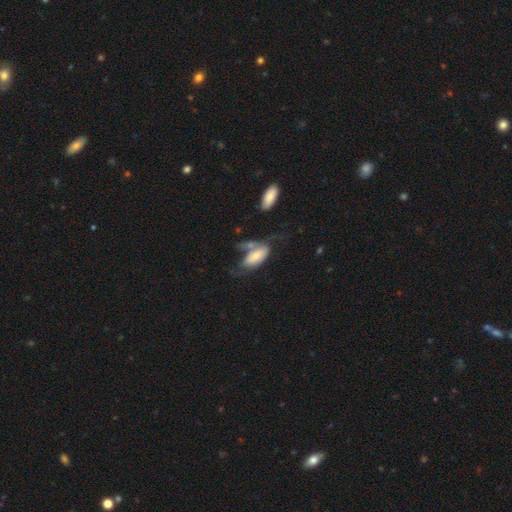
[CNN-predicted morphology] Q: Smooth or featured?
A: smooth (63%); runner-up: featured or disk (30%)
Q: How rounded?
A: in between (91%); runner-up: cigar-shaped (6%)
Q: Merging?
A: major disturbance (29%); runner-up: none (26%)